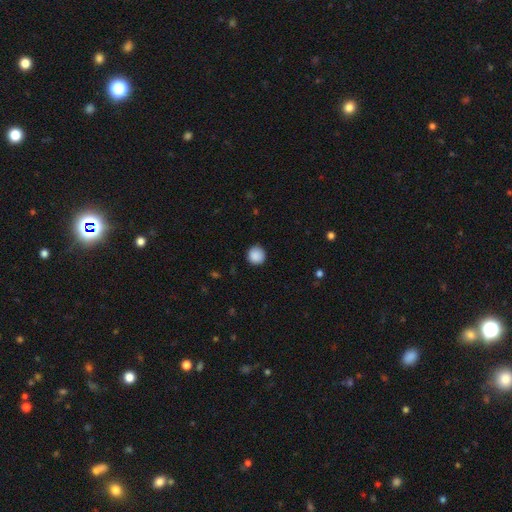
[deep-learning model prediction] Overall: smooth (89%). How rounded: round (93%). Merging: none (90%).